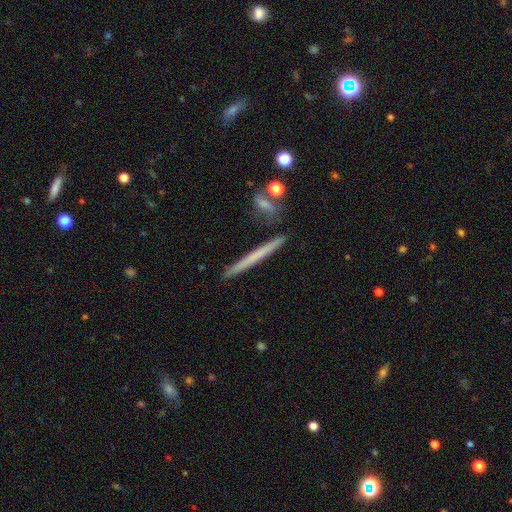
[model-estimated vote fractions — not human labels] This appears to be a smooth galaxy with no disk features (50%) that is cigar-shaped (97%). Merging: none (89%).